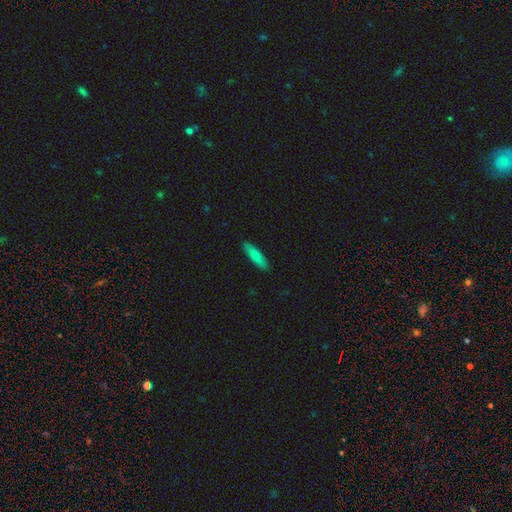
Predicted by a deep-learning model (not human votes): smooth-or-featured: smooth: 74% | featured or disk: 20% | star or artifact: 6%
  how-rounded: cigar-shaped: 67% | in between: 31% | round: 2%
  merging: none: 89% | minor disturbance: 8% | major disturbance: 2% | merger: 1%